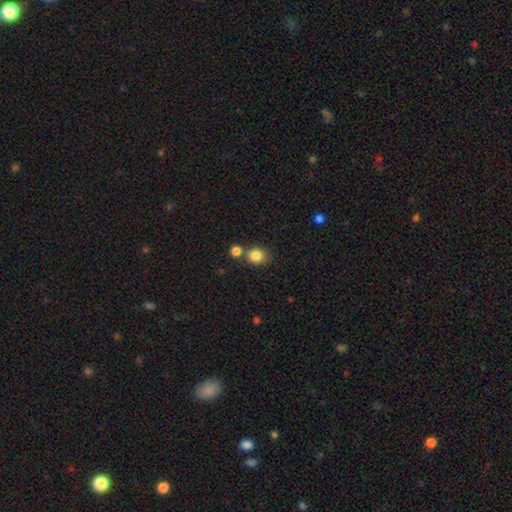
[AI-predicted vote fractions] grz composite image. It shows a smooth galaxy with no disk features (85%) that is round (69%). Merging: none (63%).